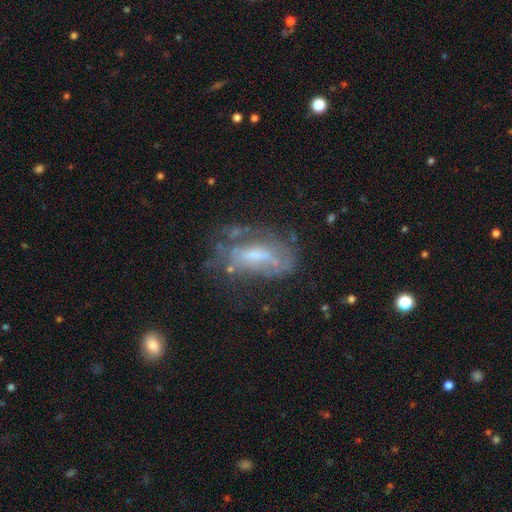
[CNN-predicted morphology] featured or disk 61%, smooth 28%, star or artifact 10%. Down the decision tree: edge-on disk — no (89%); bar — no (43%); spiral arms — no (54%); bulge size — moderate (40%); merging — none (48%).